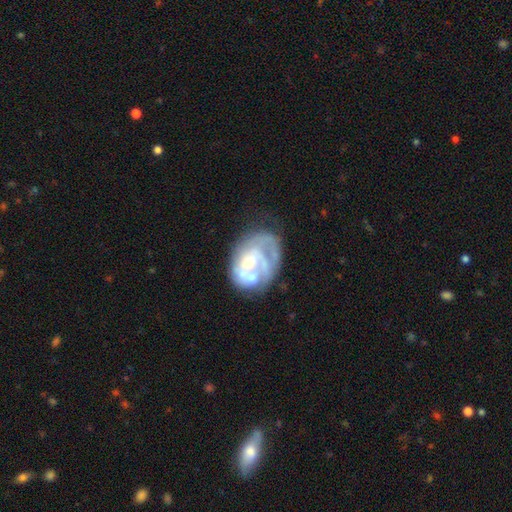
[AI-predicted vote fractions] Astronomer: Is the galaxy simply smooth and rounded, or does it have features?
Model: featured or disk — 72%.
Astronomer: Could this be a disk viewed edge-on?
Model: no — 98%.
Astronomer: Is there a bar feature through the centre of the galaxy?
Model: no — 79%.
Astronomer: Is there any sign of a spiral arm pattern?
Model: yes — 51% (runner-up: no, 49%).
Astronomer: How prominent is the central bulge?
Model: small — 51% (runner-up: moderate, 32%).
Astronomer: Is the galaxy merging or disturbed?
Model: none — 37% (runner-up: major disturbance, 25%).